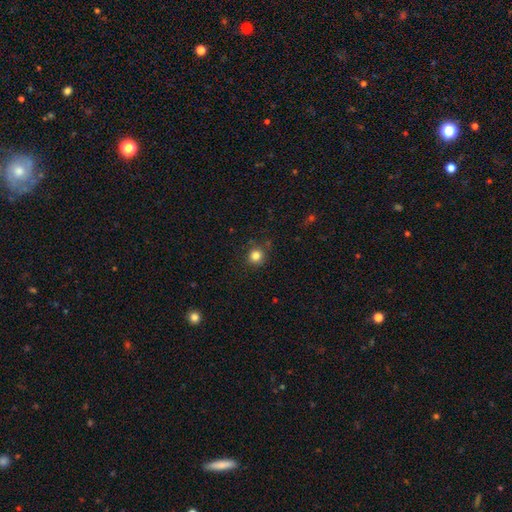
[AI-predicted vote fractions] smooth-or-featured: smooth: 83% | star or artifact: 12% | featured or disk: 5%
  how-rounded: round: 91% | in between: 8% | cigar-shaped: 1%
  merging: none: 86% | minor disturbance: 9% | major disturbance: 3% | merger: 2%